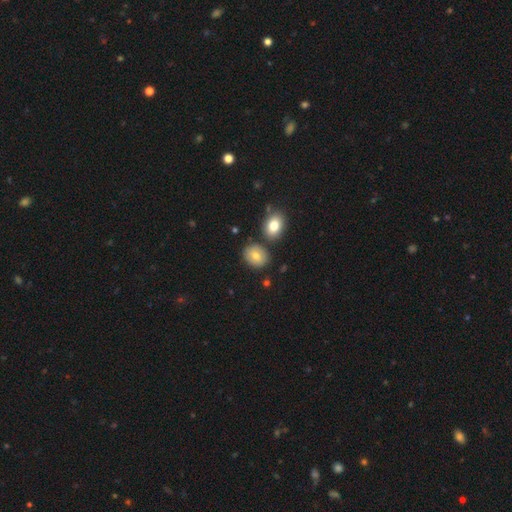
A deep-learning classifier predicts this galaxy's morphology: The model was most divided on "how rounded": round: 50%, in between: 49%, cigar-shaped: 1%. More confident: merging — none (79%); smooth or featured — smooth (76%).